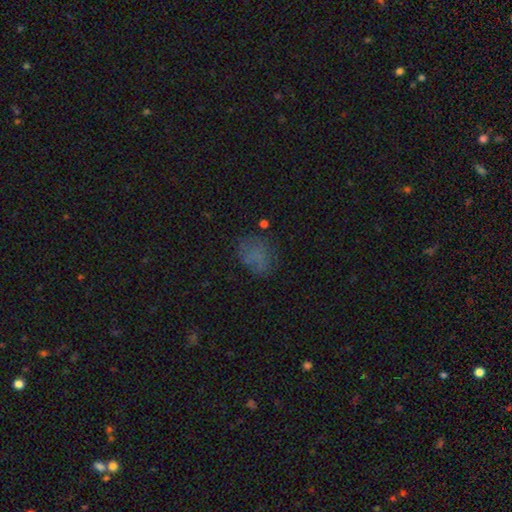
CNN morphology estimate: smooth 61%, star or artifact 21%, featured or disk 18%. Down the decision tree: how rounded — in between (56%); merging — none (63%).